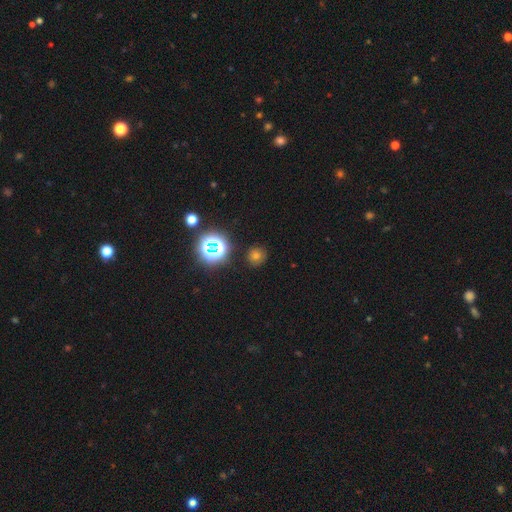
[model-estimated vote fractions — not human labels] Q: Smooth or featured?
A: smooth (54%); runner-up: star or artifact (37%)
Q: How rounded?
A: round (90%); runner-up: in between (9%)
Q: Merging?
A: none (87%); runner-up: minor disturbance (8%)